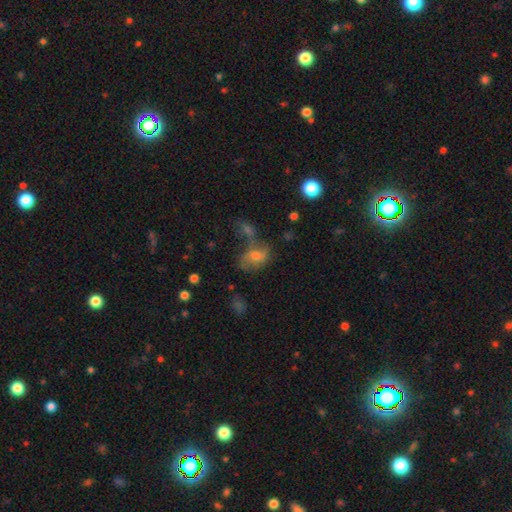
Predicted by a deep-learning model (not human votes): Overall: smooth (46%; featured or disk 39%). Merging: none (38%; merger 30%).